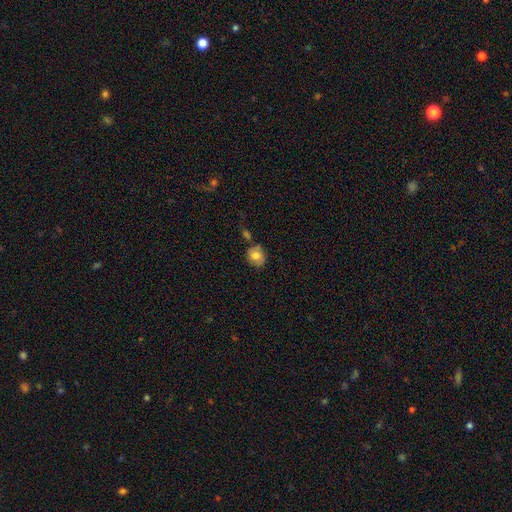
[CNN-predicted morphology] type=smooth (75%); roundness=round (75%); merging=none (66%).